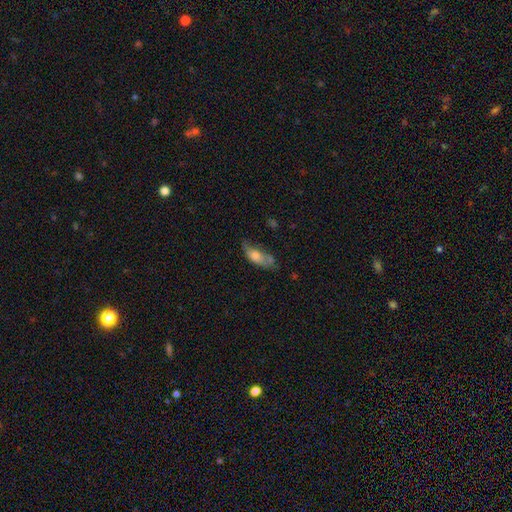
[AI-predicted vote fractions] Overall: smooth (62%; featured or disk 30%). How rounded: in between (75%). Merging: none (37%; minor disturbance 34%).